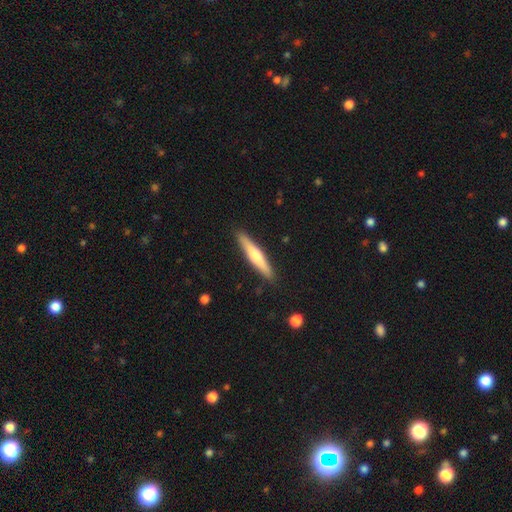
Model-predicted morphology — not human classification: This is possibly a smooth galaxy (49%). Merging: clearly none (90%).